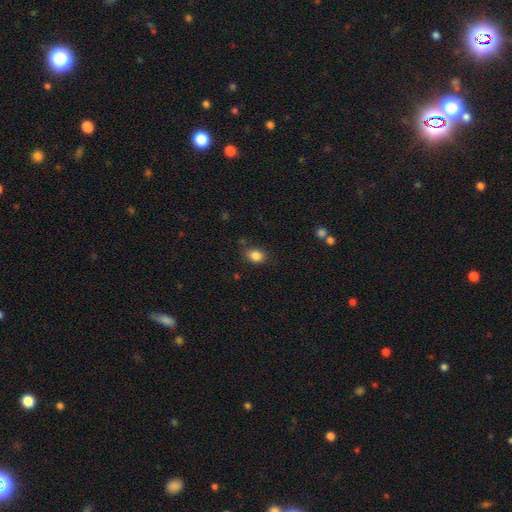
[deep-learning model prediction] Q: Smooth or featured?
A: smooth (85%); runner-up: star or artifact (10%)
Q: How rounded?
A: in between (57%); runner-up: round (42%)
Q: Merging?
A: none (77%); runner-up: minor disturbance (16%)